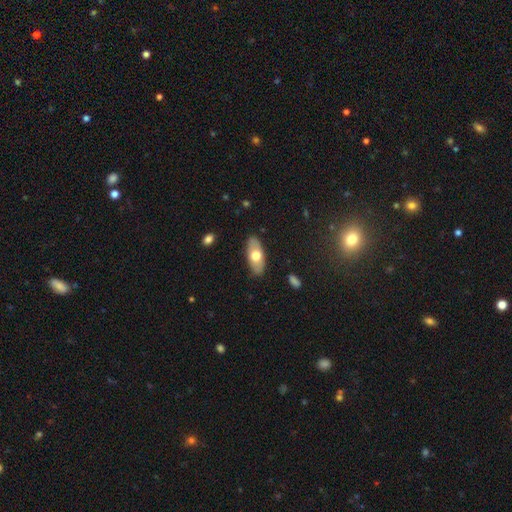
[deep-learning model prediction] A smooth galaxy with no disk features (61%) that is in between round and cigar-shaped (86%). Merging: none (87%).